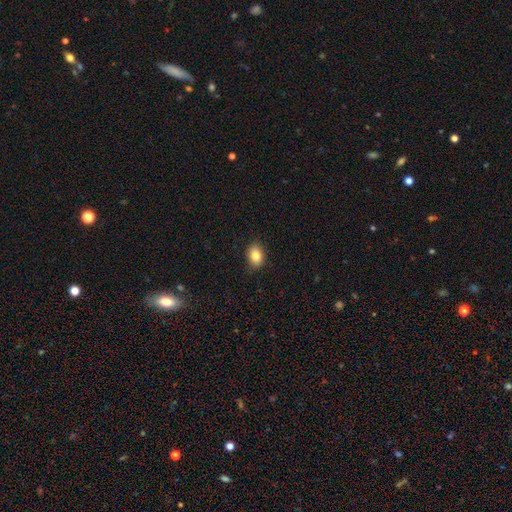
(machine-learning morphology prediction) Smooth or featured: smooth — 84% (star or artifact — 9%)
How rounded: in between — 78% (round — 21%)
Merging: none — 87% (minor disturbance — 10%)